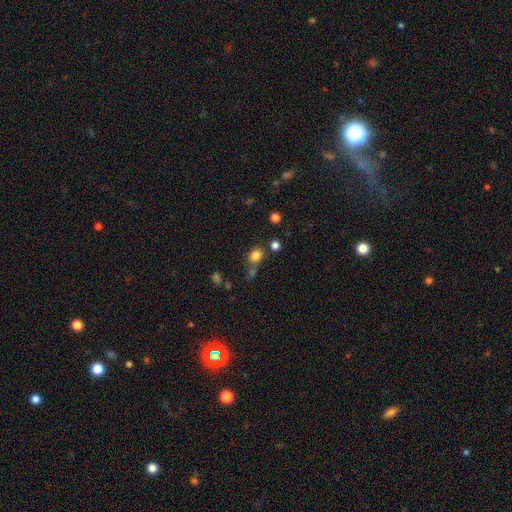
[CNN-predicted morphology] Smooth or featured? smooth (79%)
How rounded? round (61%)
Merging? none (56%)